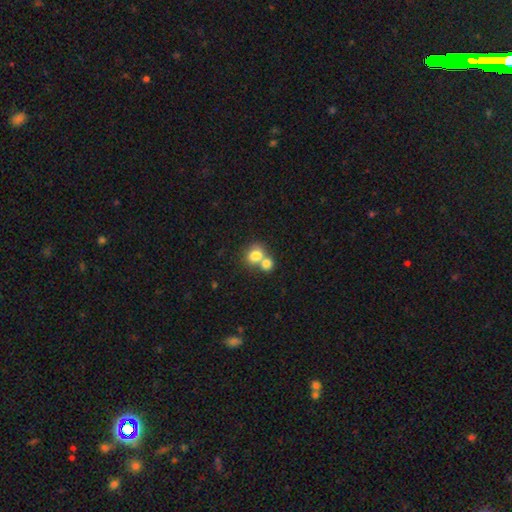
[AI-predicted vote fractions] Smooth or featured? smooth (79%)
How rounded? round (62%)
Merging? merger (59%)